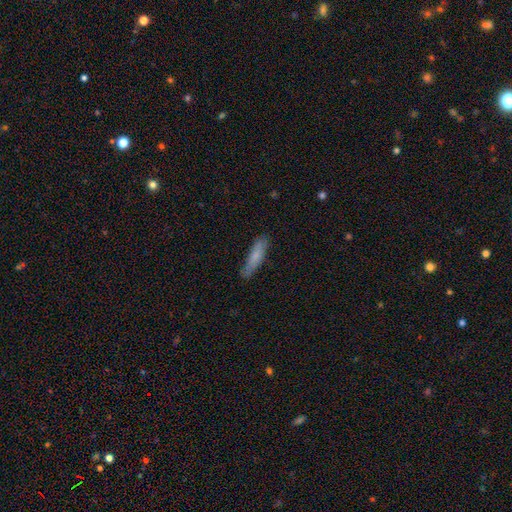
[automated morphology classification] The model was most divided on "smooth or featured": smooth: 75%, featured or disk: 19%, star or artifact: 6%. More confident: how rounded — cigar-shaped (77%); merging — none (76%).